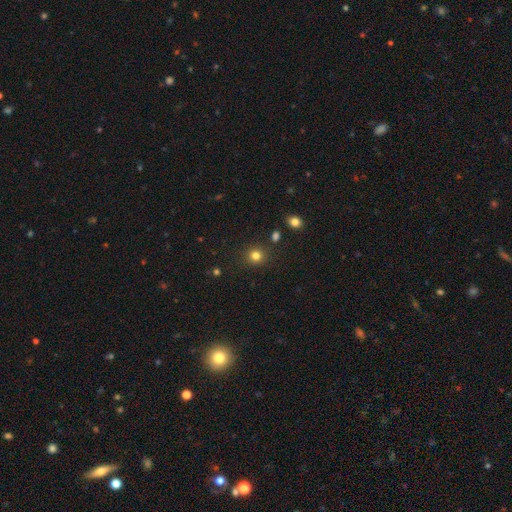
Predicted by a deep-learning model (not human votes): Smooth or featured?
  - smooth: 81% *
  - star or artifact: 14%
  - featured or disk: 5%
How rounded?
  - round: 89% *
  - in between: 10%
  - cigar-shaped: 1%
Merging?
  - none: 89% *
  - minor disturbance: 7%
  - merger: 2%
  - major disturbance: 2%